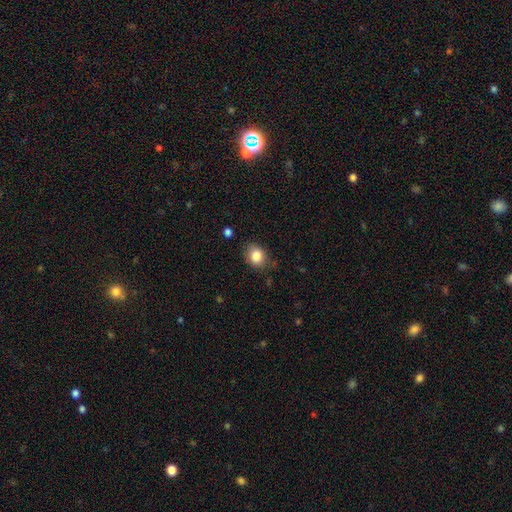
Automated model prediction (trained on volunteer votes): smooth-or-featured: smooth: 84% | star or artifact: 9% | featured or disk: 7%
  how-rounded: round: 53% | in between: 46% | cigar-shaped: 1%
  merging: none: 77% | minor disturbance: 17% | major disturbance: 4% | merger: 2%